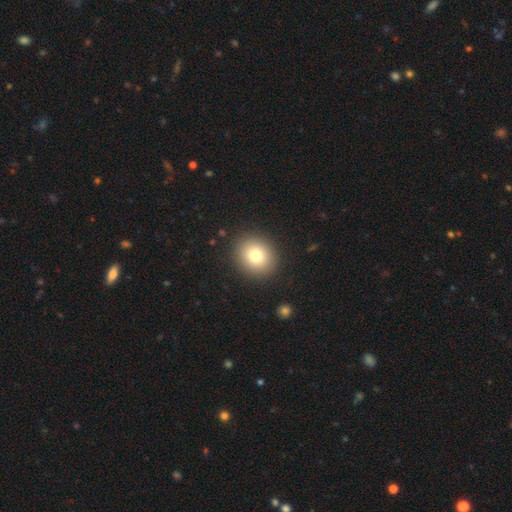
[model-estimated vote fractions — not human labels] smooth_or_featured: smooth (p=0.78) [alt: star or artifact p=0.12]
how_rounded: round (p=0.78) [alt: in between p=0.22]
merging: none (p=0.89) [alt: minor disturbance p=0.07]